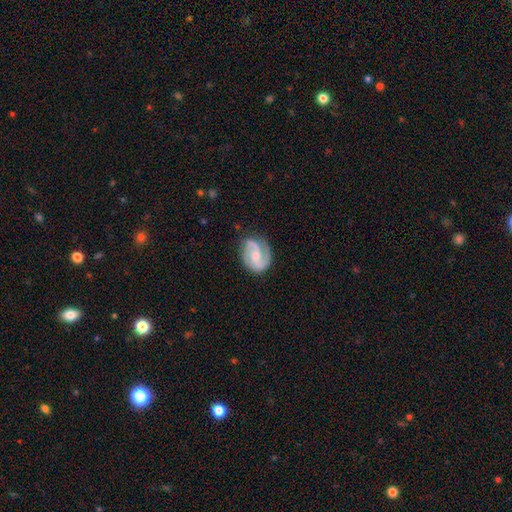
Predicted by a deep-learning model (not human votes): This appears to be a featured or disk galaxy (84%) with a weak bar (44%), 2 (84%) medium (51%) spiral arms (97%) and a moderate central bulge (50%). Merging: none (75%).